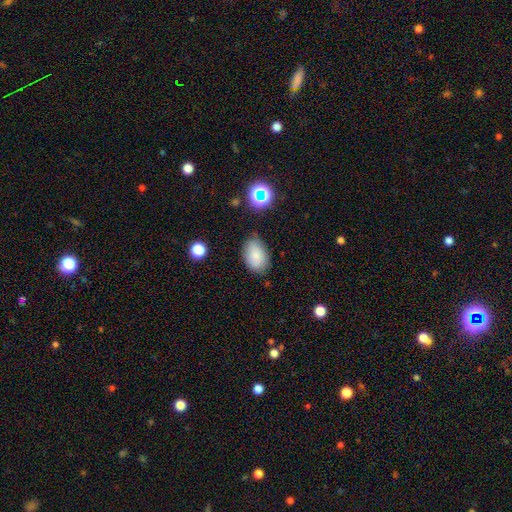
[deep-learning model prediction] Smooth or featured?
  - smooth: 82% *
  - star or artifact: 9%
  - featured or disk: 8%
How rounded?
  - in between: 89% *
  - round: 10%
  - cigar-shaped: 1%
Merging?
  - none: 75% *
  - minor disturbance: 18%
  - major disturbance: 4%
  - merger: 2%